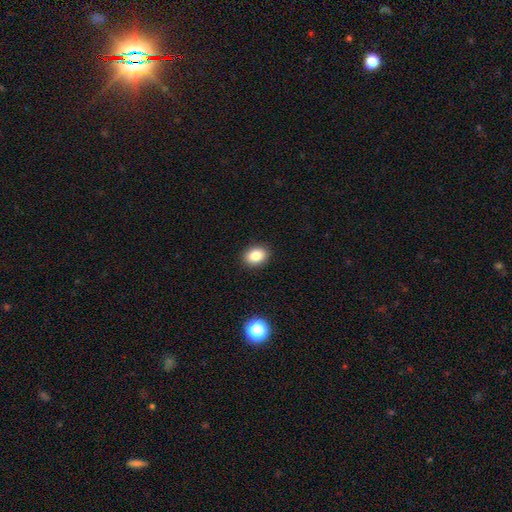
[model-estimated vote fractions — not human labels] A smooth galaxy with no disk features (84%) that is in between round and cigar-shaped (69%). Merging: none (90%).